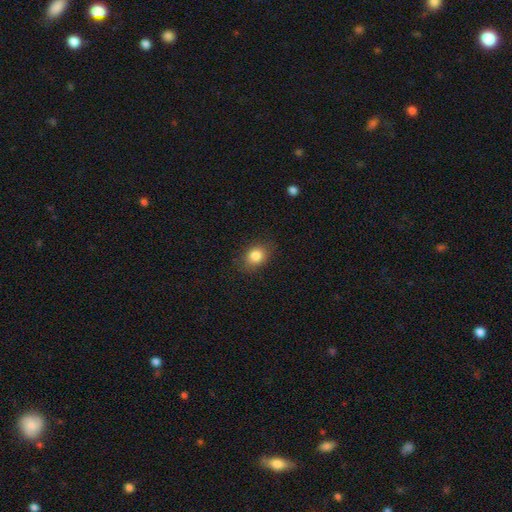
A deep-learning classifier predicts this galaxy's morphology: The model was most divided on "how rounded": in between: 60%, round: 39%, cigar-shaped: 1%. More confident: merging — none (83%); smooth or featured — smooth (83%).